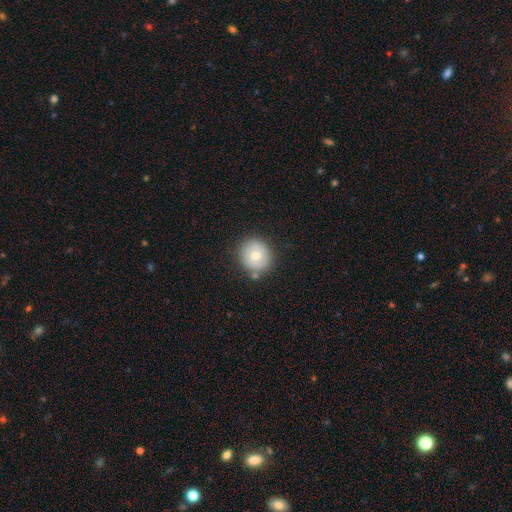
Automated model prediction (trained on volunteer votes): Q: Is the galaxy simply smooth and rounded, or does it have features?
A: smooth — 71%.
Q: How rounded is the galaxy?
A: round — 91%.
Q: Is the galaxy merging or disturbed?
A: none — 79%.